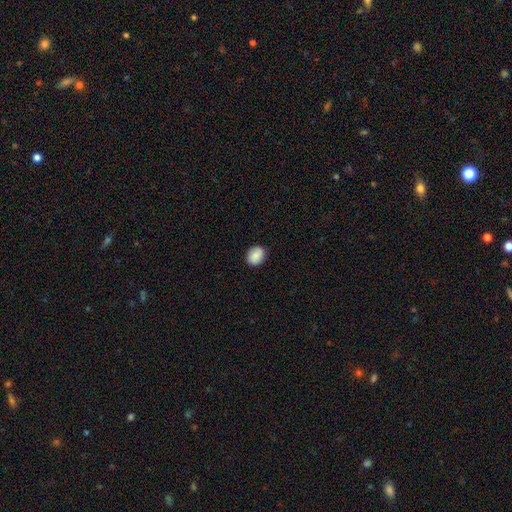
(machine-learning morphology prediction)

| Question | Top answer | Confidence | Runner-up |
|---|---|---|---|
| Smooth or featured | smooth | 82% | featured or disk (10%) |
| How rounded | round | 55% | in between (44%) |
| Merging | none | 85% | minor disturbance (12%) |